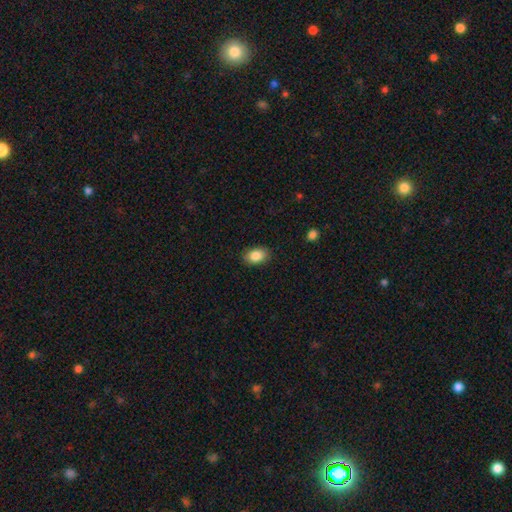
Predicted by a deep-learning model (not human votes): Q: Smooth or featured?
A: smooth (87%); runner-up: star or artifact (8%)
Q: How rounded?
A: in between (84%); runner-up: round (15%)
Q: Merging?
A: none (87%); runner-up: minor disturbance (10%)